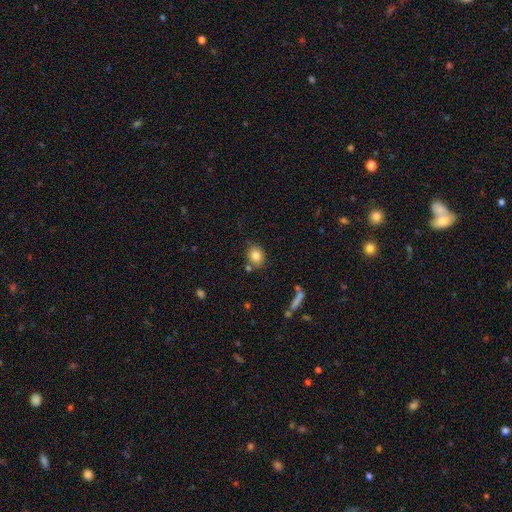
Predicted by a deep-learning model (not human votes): This appears to be a smooth galaxy with no disk features (82%) that is round (64%). Merging: none (75%).